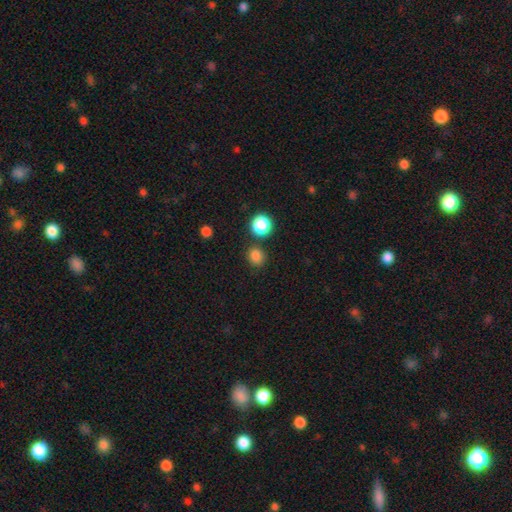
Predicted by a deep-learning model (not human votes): This is clearly a smooth galaxy (81%). How rounded: clearly round (81%). Merging: clearly none (82%).